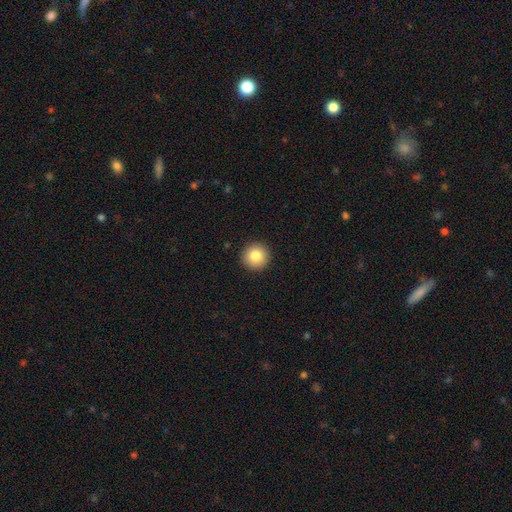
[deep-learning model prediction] This appears to be a smooth galaxy with no disk features (83%) that is round (95%). Merging: none (93%).